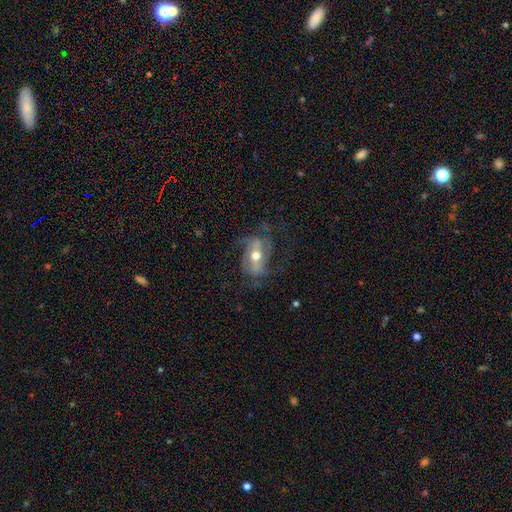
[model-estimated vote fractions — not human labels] featured or disk 76%, smooth 17%, star or artifact 7%. Down the decision tree: edge-on disk — no (94%); bar — strong (36%); spiral arms — yes (87%); spiral arm count — 2 (51%); spiral winding — medium (45%); bulge size — moderate (74%); merging — none (55%).